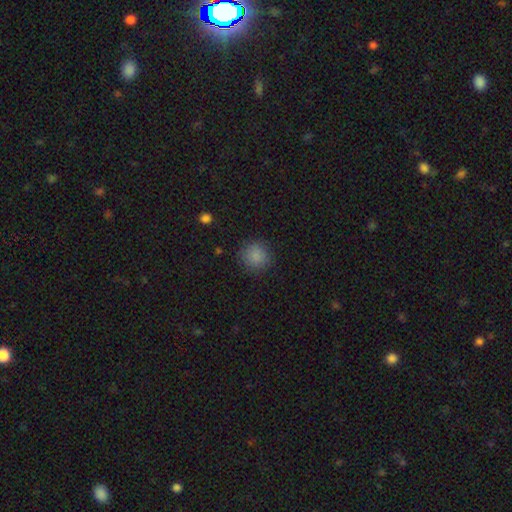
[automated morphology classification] This is clearly a smooth galaxy (85%). How rounded: clearly round (91%). Merging: clearly none (85%).